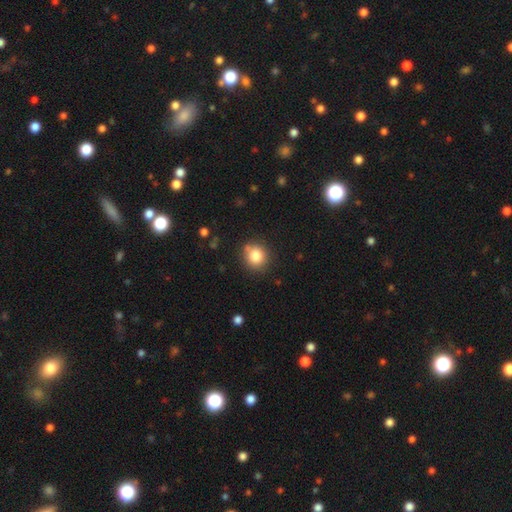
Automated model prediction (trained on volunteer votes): A smooth galaxy with no disk features (82%) that is round (87%). Merging: none (80%).